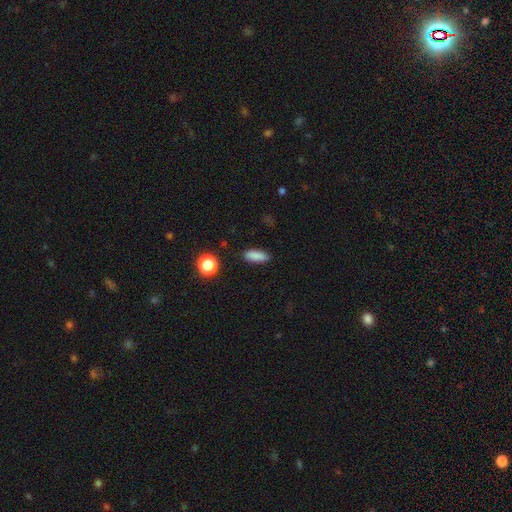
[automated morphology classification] This appears to be a smooth galaxy with no disk features (85%) that is in between round and cigar-shaped (63%). Merging: none (87%).